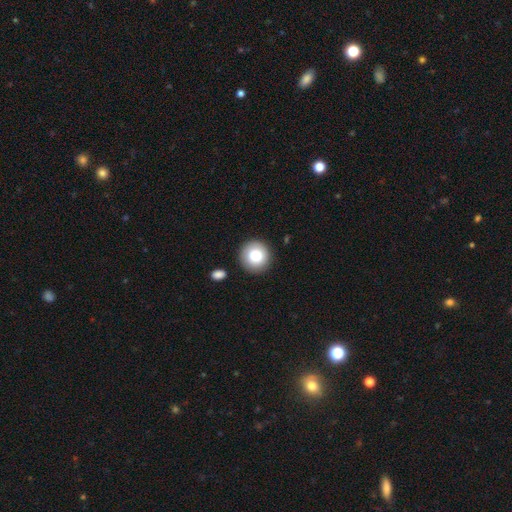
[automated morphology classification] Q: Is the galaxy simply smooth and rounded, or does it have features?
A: smooth — 80%.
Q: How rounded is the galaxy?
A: round — 93%.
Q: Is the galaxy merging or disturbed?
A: none — 88%.